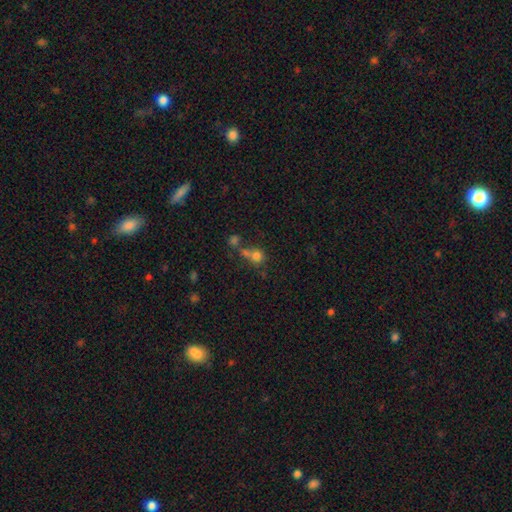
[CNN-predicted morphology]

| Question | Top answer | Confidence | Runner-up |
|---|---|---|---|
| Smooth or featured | smooth | 71% | star or artifact (16%) |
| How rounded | round | 77% | in between (22%) |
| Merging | merger | 46% | none (35%) |